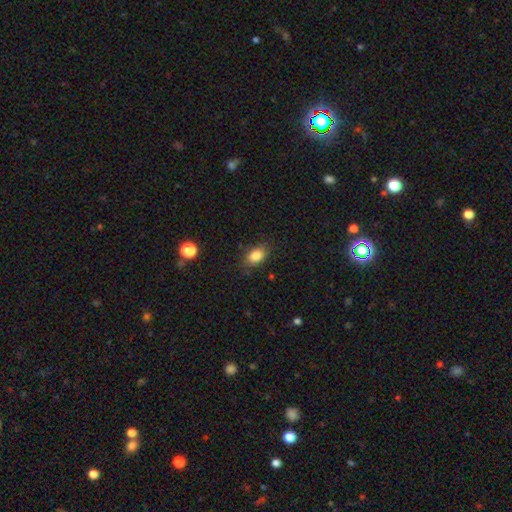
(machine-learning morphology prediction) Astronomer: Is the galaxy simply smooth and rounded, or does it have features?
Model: smooth — 83%.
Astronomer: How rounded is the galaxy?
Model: in between — 82%.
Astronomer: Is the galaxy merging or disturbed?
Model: none — 80%.